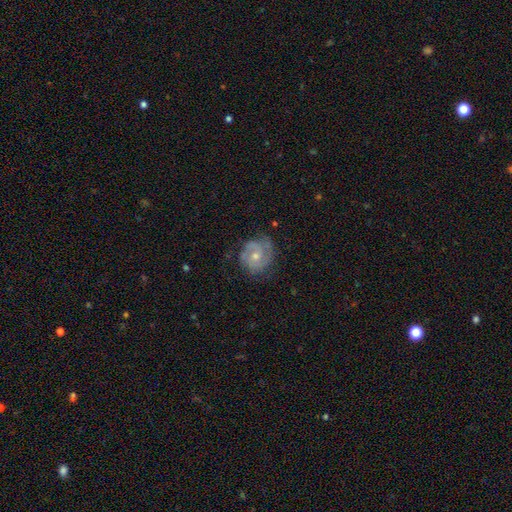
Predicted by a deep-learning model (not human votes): Morphology: type=featured or disk (73%); edge-on=no (98%); bar=no (75%); spiral arms=yes (90%); winding=tight (57%); arm count=2 (50%); bulge=moderate (53%); merging=none (67%).